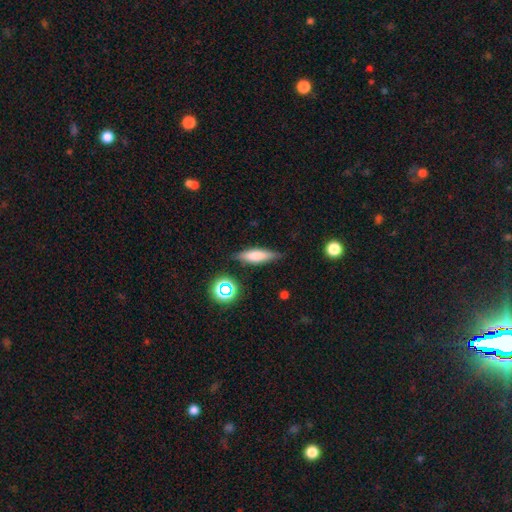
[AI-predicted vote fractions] Morphology: type=smooth (66%); roundness=cigar-shaped (59%); merging=none (79%).